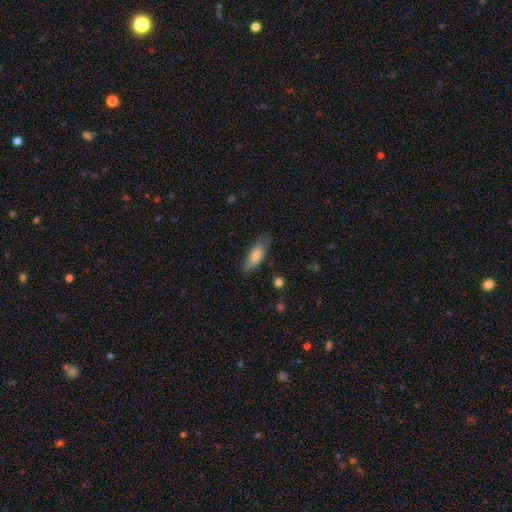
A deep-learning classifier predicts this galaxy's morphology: This appears to be a smooth galaxy with no disk features (74%) that is in between round and cigar-shaped (73%). Merging: none (68%).